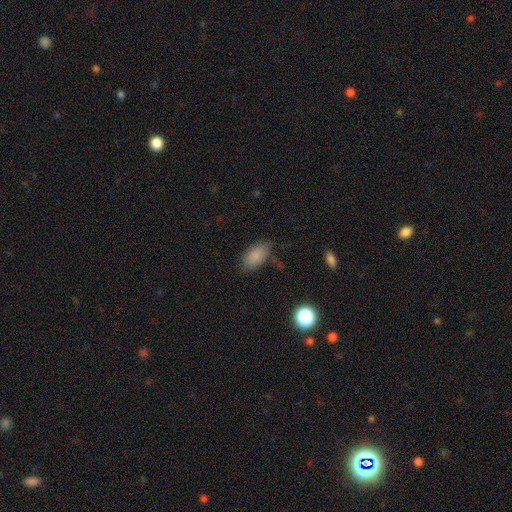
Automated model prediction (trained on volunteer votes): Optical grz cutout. It shows a smooth galaxy with no disk features (85%) that is in between round and cigar-shaped (93%). Merging: none (75%).